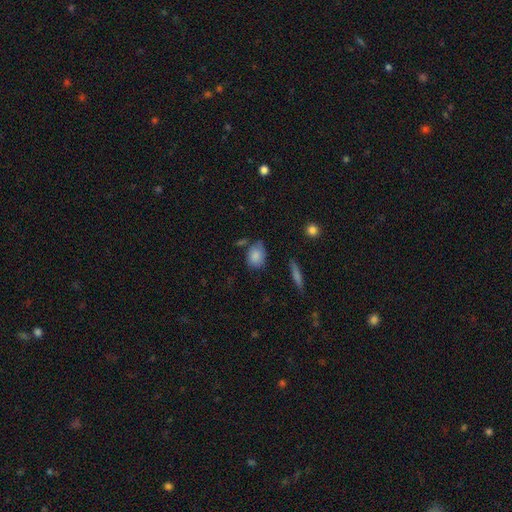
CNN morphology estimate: The model was most divided on "merging": none: 57%, minor disturbance: 28%, merger: 8%, major disturbance: 7%. More confident: smooth or featured — smooth (83%); how rounded — in between (65%).